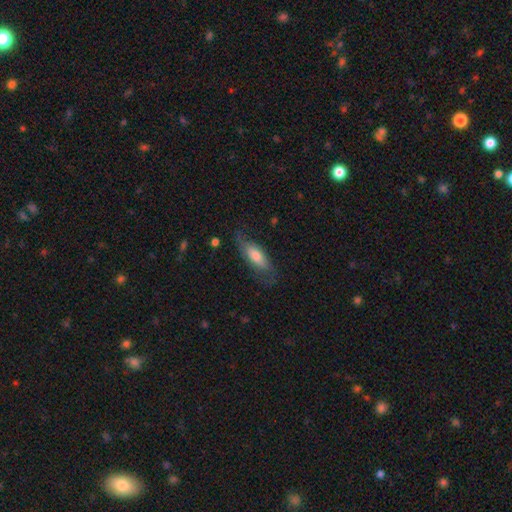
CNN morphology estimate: smooth 60%, featured or disk 33%, star or artifact 7%. Down the decision tree: how rounded — in between (67%); merging — none (63%).